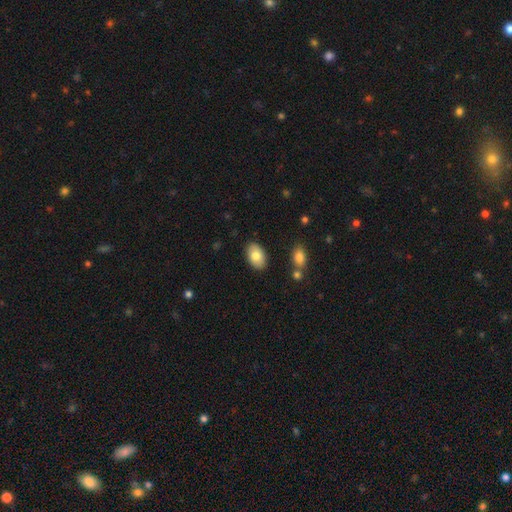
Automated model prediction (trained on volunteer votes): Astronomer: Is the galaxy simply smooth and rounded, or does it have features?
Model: smooth — 79%.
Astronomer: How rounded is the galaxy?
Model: in between — 92%.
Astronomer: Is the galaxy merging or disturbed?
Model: none — 86%.